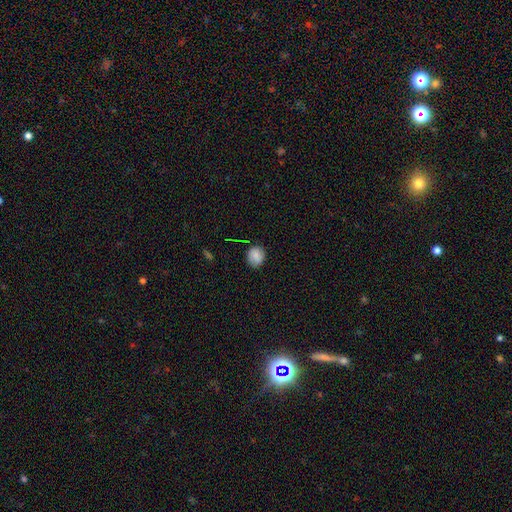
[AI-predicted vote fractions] Smooth or featured? smooth (82%)
How rounded? round (70%)
Merging? none (78%)